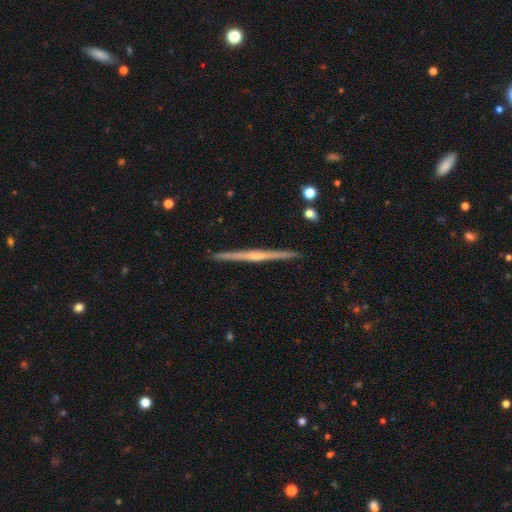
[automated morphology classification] Overall: featured or disk (77%). Edge-on disk: yes (99%). Edge-on bulge: rounded (54%; none 38%). Merging: none (92%).